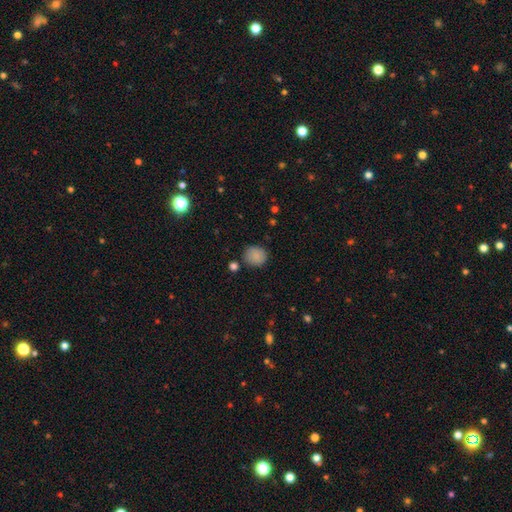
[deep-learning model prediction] Smooth or featured? smooth (86%)
How rounded? round (82%)
Merging? none (81%)